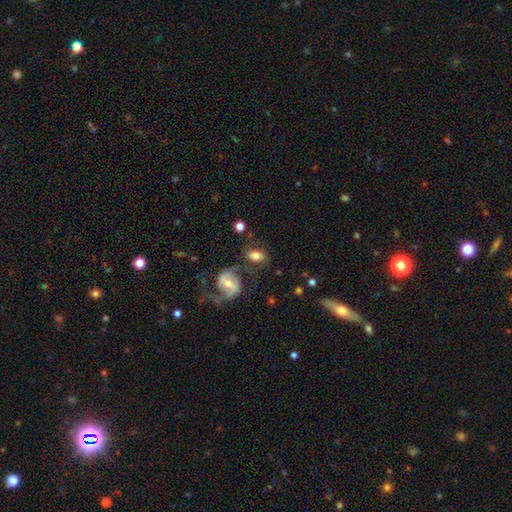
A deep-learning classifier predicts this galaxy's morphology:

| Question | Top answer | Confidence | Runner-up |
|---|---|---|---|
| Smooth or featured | smooth | 60% | featured or disk (32%) |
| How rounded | in between | 83% | round (14%) |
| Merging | none | 61% | minor disturbance (17%) |